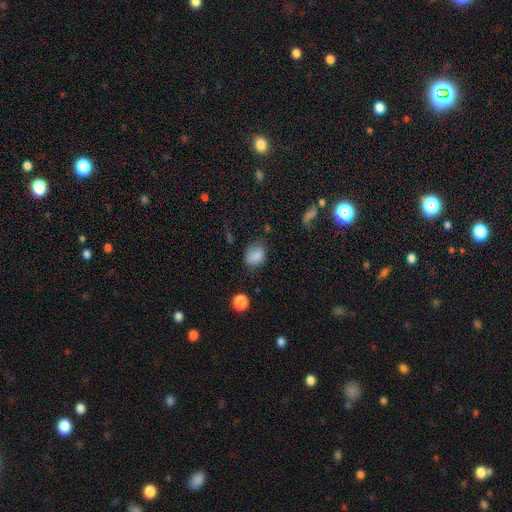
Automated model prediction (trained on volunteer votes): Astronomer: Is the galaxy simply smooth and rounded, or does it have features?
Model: smooth — 82%.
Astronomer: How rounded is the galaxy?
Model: in between — 63%.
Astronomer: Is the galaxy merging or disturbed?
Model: none — 63%.